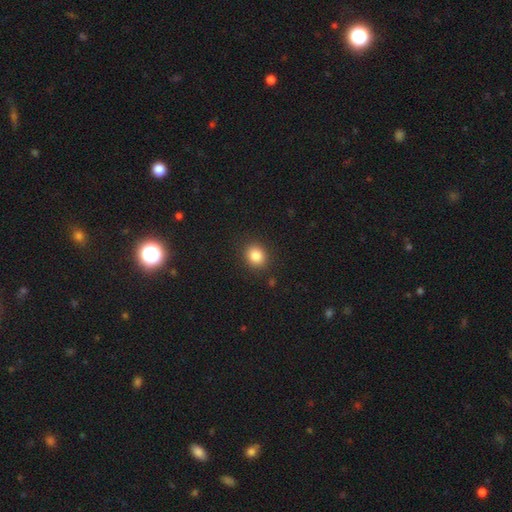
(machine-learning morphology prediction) smooth 84%, star or artifact 10%, featured or disk 6%. Down the decision tree: how rounded — round (75%); merging — none (89%).